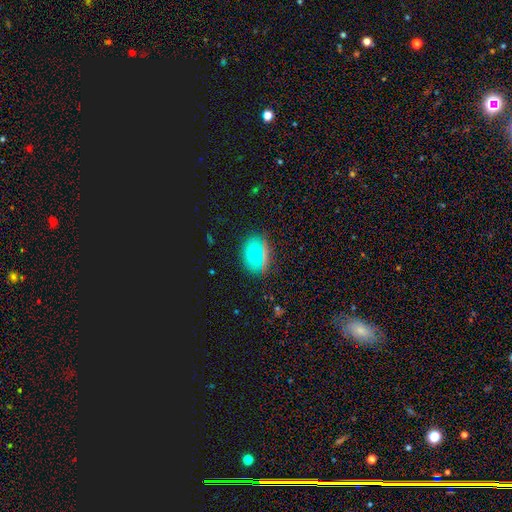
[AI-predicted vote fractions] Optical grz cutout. It shows a smooth galaxy with no disk features (67%) that is in between round and cigar-shaped (64%). Merging: none (83%).